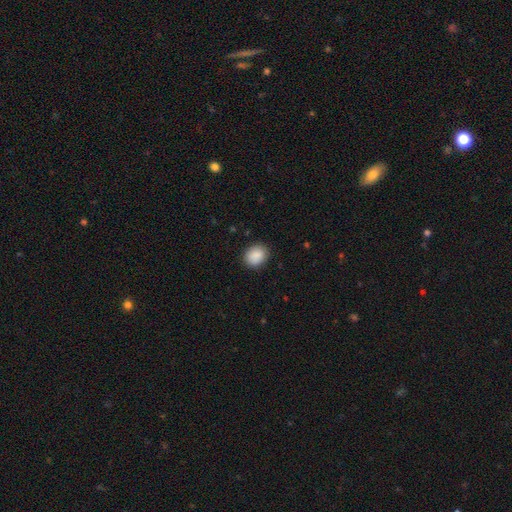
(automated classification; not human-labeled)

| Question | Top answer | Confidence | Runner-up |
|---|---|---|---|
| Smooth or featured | smooth | 89% | star or artifact (7%) |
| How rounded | round | 55% | in between (44%) |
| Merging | none | 86% | minor disturbance (10%) |